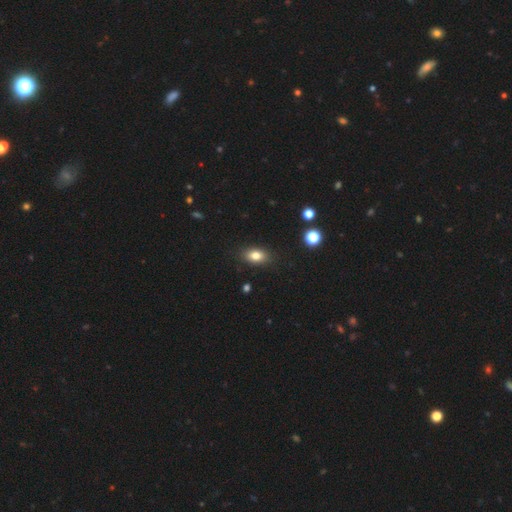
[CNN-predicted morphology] type=smooth (81%); roundness=in between (84%); merging=none (86%).